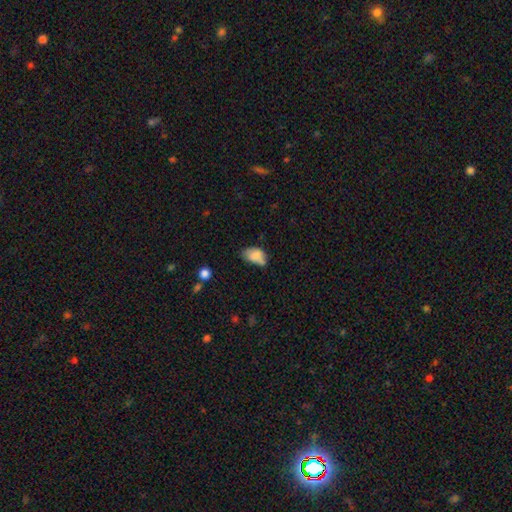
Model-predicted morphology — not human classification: smooth-or-featured: smooth: 79% | featured or disk: 12% | star or artifact: 9%
  how-rounded: in between: 88% | round: 10% | cigar-shaped: 2%
  merging: minor disturbance: 41% | none: 38% | major disturbance: 13% | merger: 7%